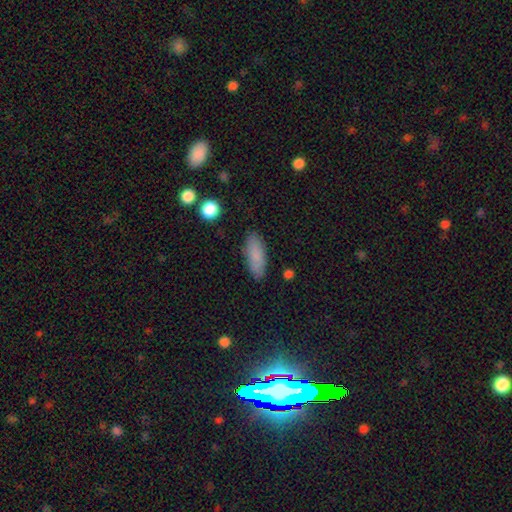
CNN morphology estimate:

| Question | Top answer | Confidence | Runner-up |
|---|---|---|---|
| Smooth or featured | smooth | 85% | featured or disk (8%) |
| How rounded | in between | 67% | cigar-shaped (31%) |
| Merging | none | 87% | minor disturbance (9%) |